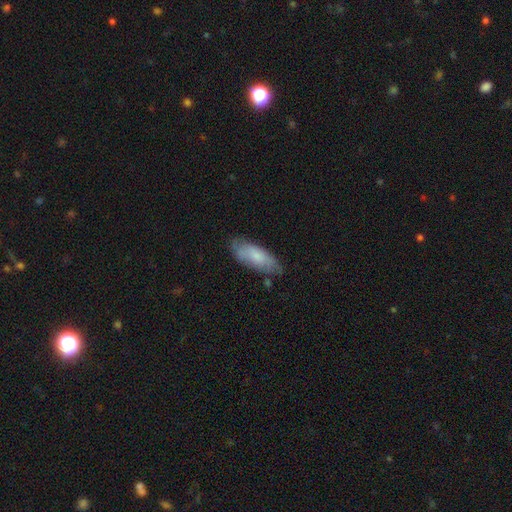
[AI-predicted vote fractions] Smooth or featured? Predicted: smooth (p=0.72). How rounded? Predicted: in between (p=0.68). Merging? Predicted: none (p=0.69).